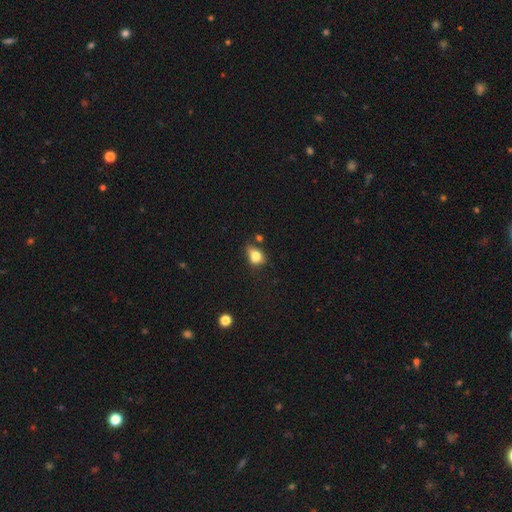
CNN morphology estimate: Q: Smooth or featured?
A: smooth (77%); runner-up: featured or disk (12%)
Q: How rounded?
A: in between (65%); runner-up: round (33%)
Q: Merging?
A: none (46%); runner-up: minor disturbance (32%)